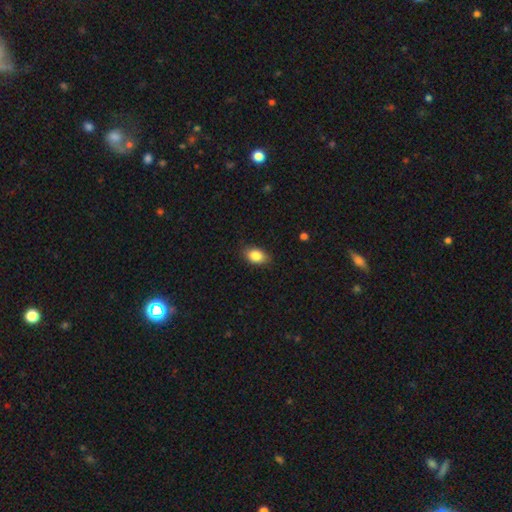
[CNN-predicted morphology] Overall: smooth (86%). How rounded: in between (87%). Merging: none (86%).